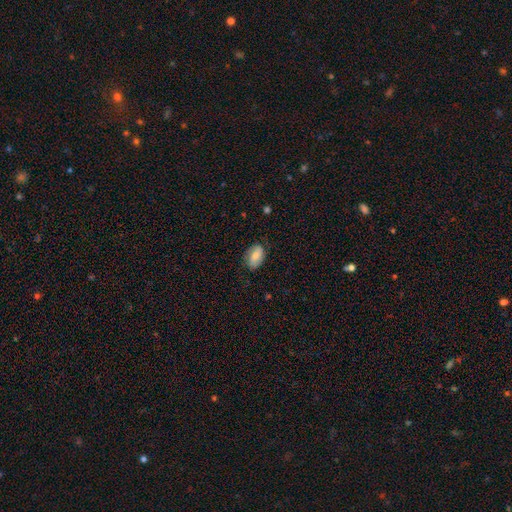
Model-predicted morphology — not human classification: A smooth galaxy with no disk features (67%) that is in between round and cigar-shaped (90%).

Vote fractions:
- Smooth or featured? smooth: 67% / featured or disk: 26% / star or artifact: 7%
- How rounded? in between: 90% / round: 9% / cigar-shaped: 2%
- Merging? none: 71% / minor disturbance: 22% / major disturbance: 6% / merger: 1%